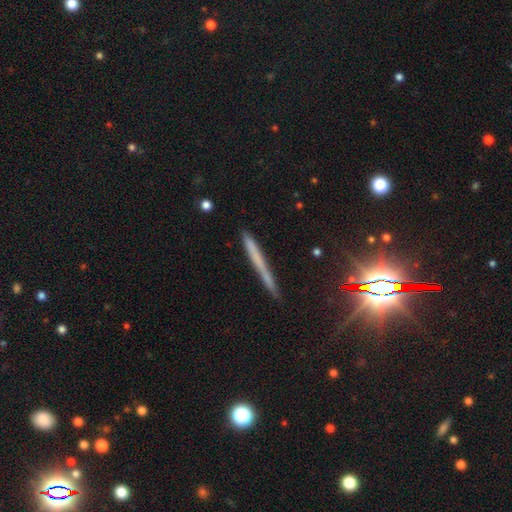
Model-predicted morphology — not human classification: smooth_or_featured: smooth (p=0.51) [alt: featured or disk p=0.36]
how_rounded: cigar-shaped (p=0.97) [alt: in between p=0.02]
merging: none (p=0.80) [alt: minor disturbance p=0.15]